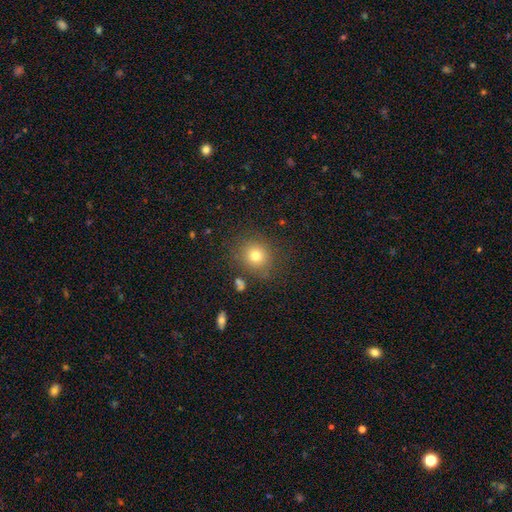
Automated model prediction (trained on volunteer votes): smooth 76%, star or artifact 14%, featured or disk 10%. Down the decision tree: how rounded — round (86%); merging — none (82%).